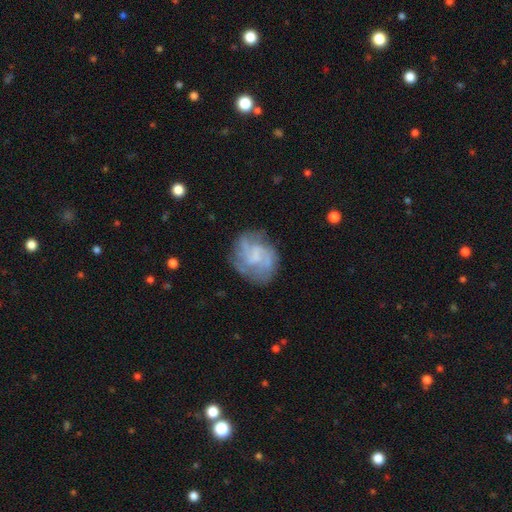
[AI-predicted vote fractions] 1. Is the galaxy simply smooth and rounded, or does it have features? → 70% featured or disk, 22% smooth, 8% star or artifact.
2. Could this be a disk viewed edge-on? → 98% no, 2% yes.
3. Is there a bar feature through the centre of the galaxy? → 50% no, 41% weak, 9% strong.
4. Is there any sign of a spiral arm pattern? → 82% yes, 18% no.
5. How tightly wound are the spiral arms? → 43% medium, 32% tight, 25% loose.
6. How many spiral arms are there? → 33% can't tell, 26% 2, 23% 3, 8% 4, 5% 1, 5% more than 4.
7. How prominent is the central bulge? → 51% none, 26% small, 18% moderate, 4% large, 1% dominant.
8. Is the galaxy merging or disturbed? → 65% none, 20% minor disturbance, 13% major disturbance, 2% merger.